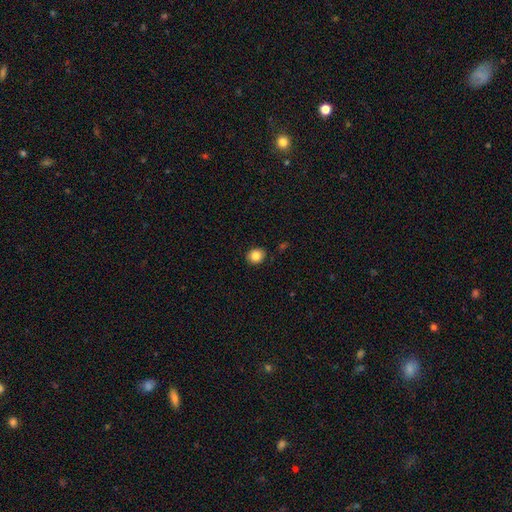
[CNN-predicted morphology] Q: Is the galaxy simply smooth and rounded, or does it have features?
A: smooth — 85%.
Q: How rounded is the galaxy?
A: round — 72%.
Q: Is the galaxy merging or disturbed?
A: none — 88%.